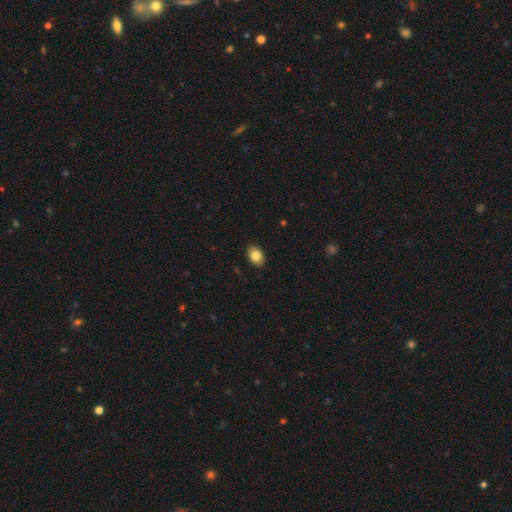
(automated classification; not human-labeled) The model was most divided on "how rounded": in between: 83%, round: 16%, cigar-shaped: 1%. More confident: merging — none (89%); smooth or featured — smooth (84%).